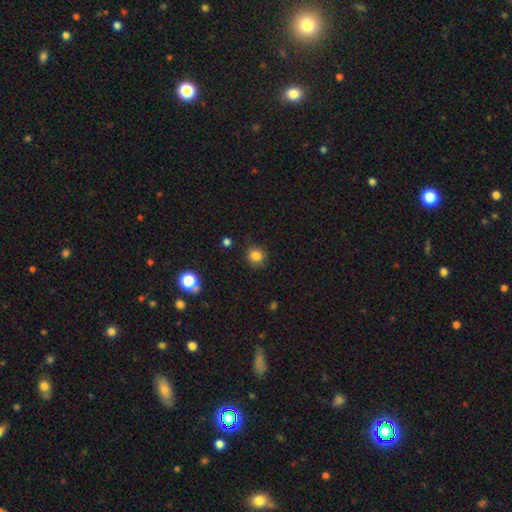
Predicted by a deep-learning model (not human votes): This appears to be a smooth galaxy with no disk features (84%) that is round (85%). Merging: none (83%).